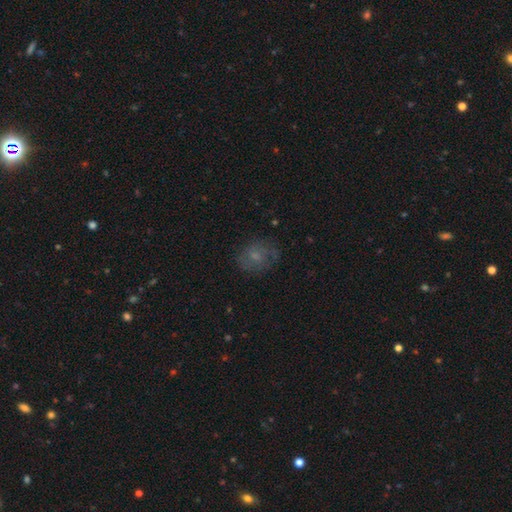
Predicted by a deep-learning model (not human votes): Smooth or featured? smooth (48%)
Merging? none (70%)